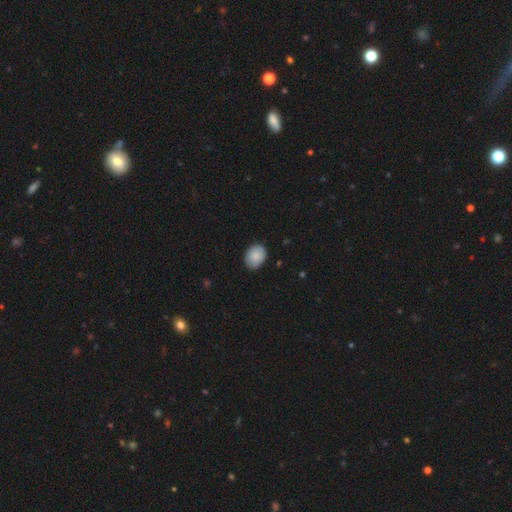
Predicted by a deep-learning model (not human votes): Q: Smooth or featured?
A: smooth (85%); runner-up: featured or disk (8%)
Q: How rounded?
A: in between (64%); runner-up: round (35%)
Q: Merging?
A: none (84%); runner-up: minor disturbance (13%)